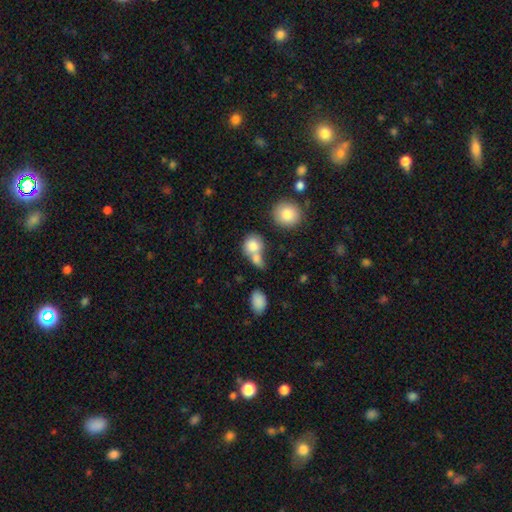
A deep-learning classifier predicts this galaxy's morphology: This appears to be a smooth galaxy with no disk features (77%) that is round (67%). Merging: merger (43%).